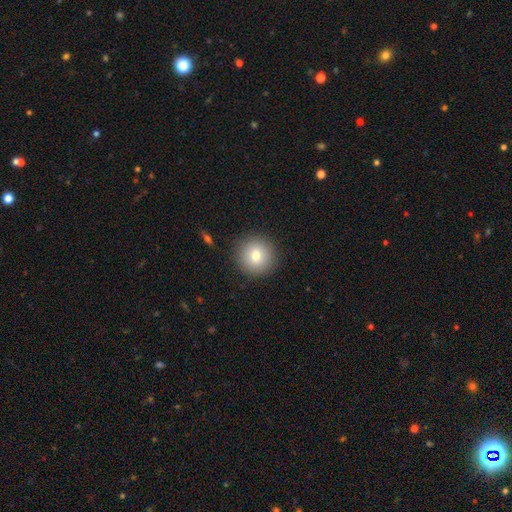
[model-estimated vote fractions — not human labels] The model was most divided on "smooth or featured": smooth: 77%, featured or disk: 13%, star or artifact: 10%. More confident: how rounded — round (95%); merging — none (90%).